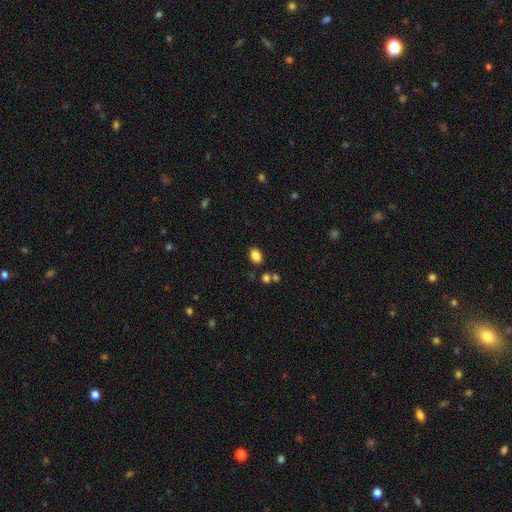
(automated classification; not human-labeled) Smooth or featured?
  - smooth: 85% *
  - star or artifact: 10%
  - featured or disk: 4%
How rounded?
  - in between: 77% *
  - round: 22%
  - cigar-shaped: 1%
Merging?
  - none: 82% *
  - minor disturbance: 10%
  - merger: 5%
  - major disturbance: 3%